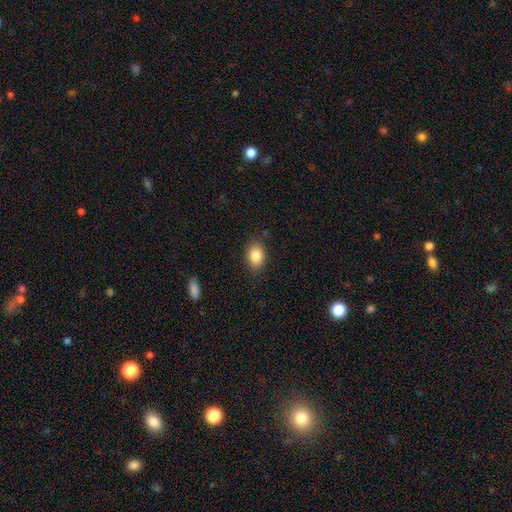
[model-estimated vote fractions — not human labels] smooth_or_featured: smooth (p=0.85) [alt: star or artifact p=0.08]
how_rounded: in between (p=0.72) [alt: round p=0.26]
merging: none (p=0.84) [alt: minor disturbance p=0.12]